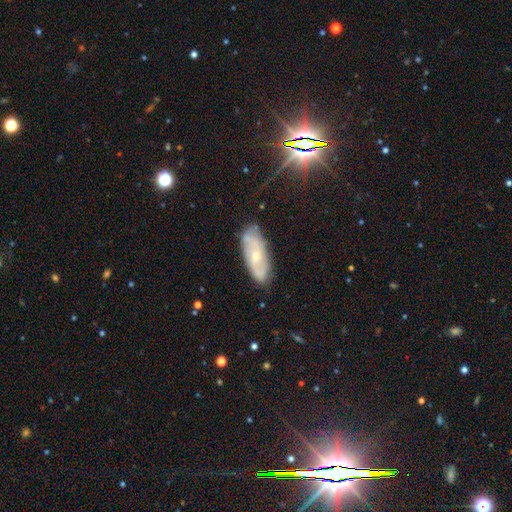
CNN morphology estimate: The model was most divided on "bulge size": small: 59%, moderate: 37%, none: 2%, large: 1%, dominant: 1%. More confident: edge-on disk — no (85%); merging — none (80%); spiral arms — yes (78%); bar — no (65%); smooth or featured — featured or disk (65%).